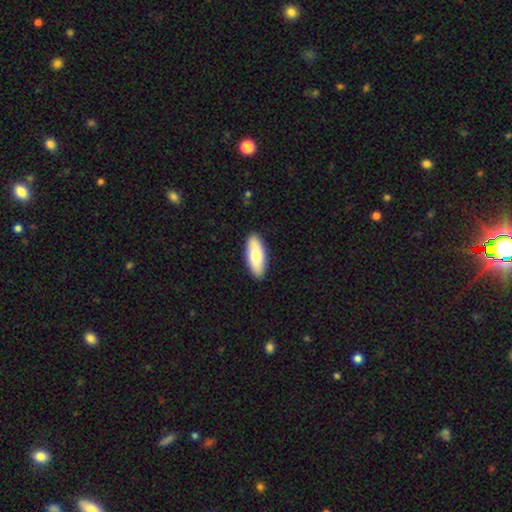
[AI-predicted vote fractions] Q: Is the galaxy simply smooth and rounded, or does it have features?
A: smooth — 74%.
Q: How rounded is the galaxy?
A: in between — 77%.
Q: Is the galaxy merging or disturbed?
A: none — 89%.